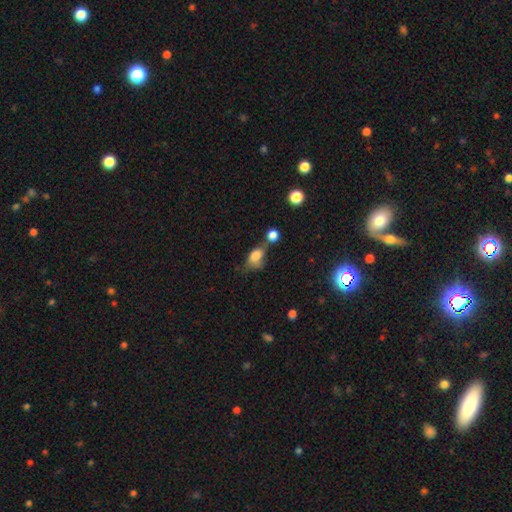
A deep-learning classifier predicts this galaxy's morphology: type=smooth (76%); roundness=in between (77%); merging=none (31%).